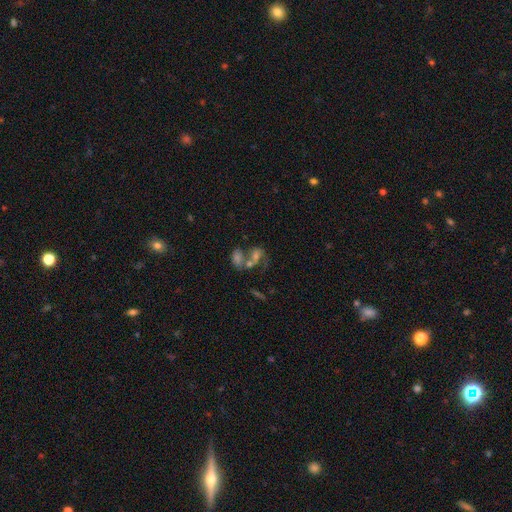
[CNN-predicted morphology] A featured or disk galaxy (44%).

Vote fractions:
- Smooth or featured? featured or disk: 44% / smooth: 39% / star or artifact: 17%
- Merging? merger: 62% / none: 19% / major disturbance: 11% / minor disturbance: 8%